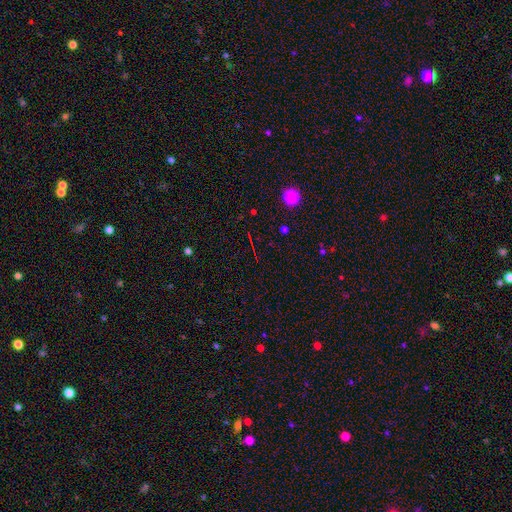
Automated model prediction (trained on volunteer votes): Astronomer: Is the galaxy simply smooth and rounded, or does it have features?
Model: star or artifact — 71%.